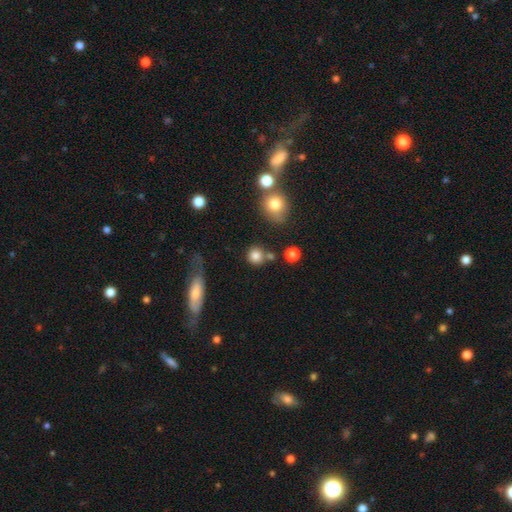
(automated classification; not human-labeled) smooth 82%, star or artifact 11%, featured or disk 7%. Down the decision tree: how rounded — round (90%); merging — none (70%).